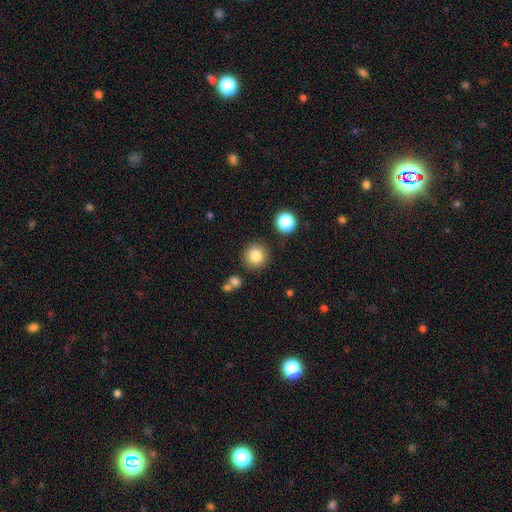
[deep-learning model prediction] Smooth or featured? Predicted: smooth (p=0.82). How rounded? Predicted: round (p=0.93). Merging? Predicted: none (p=0.86).